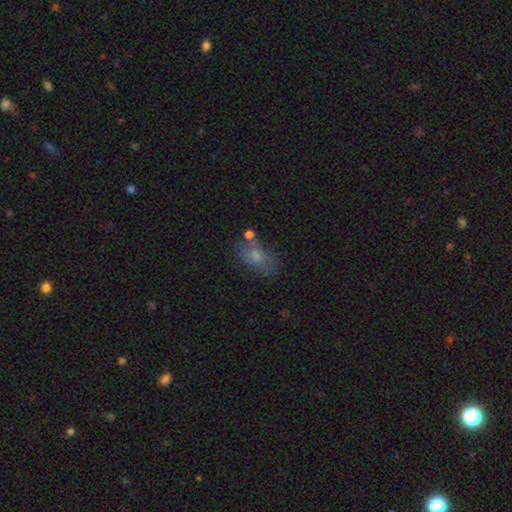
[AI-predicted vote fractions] This appears to be a smooth galaxy with no disk features (60%) that is in between round and cigar-shaped (87%). Merging: none (47%).